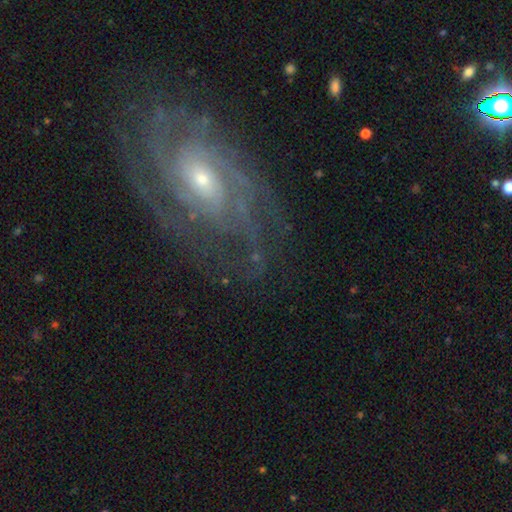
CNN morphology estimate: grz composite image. It shows a featured or disk galaxy (86%) with no bar (56%), tight (64%) spiral arms (96%) and a small central bulge (65%). Merging: none (75%).